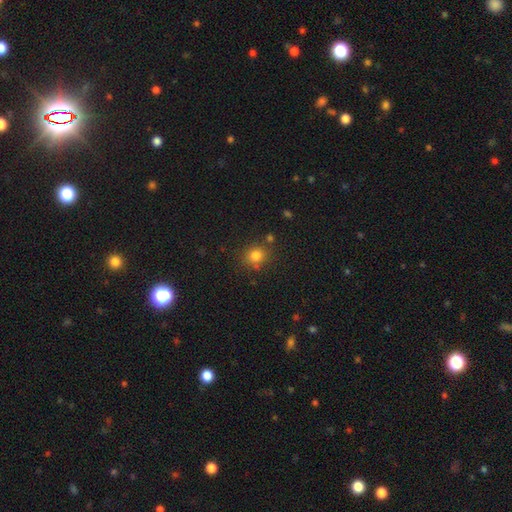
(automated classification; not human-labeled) A smooth galaxy with no disk features (80%) that is round (80%).

Vote fractions:
- Smooth or featured? smooth: 80% / star or artifact: 13% / featured or disk: 6%
- How rounded? round: 80% / in between: 19% / cigar-shaped: 1%
- Merging? none: 77% / minor disturbance: 12% / merger: 7% / major disturbance: 4%